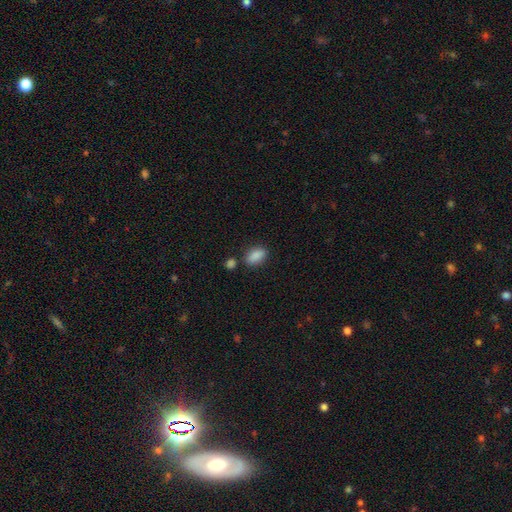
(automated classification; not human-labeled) Smooth or featured? Predicted: smooth (p=0.88). How rounded? Predicted: in between (p=0.88). Merging? Predicted: none (p=0.75).